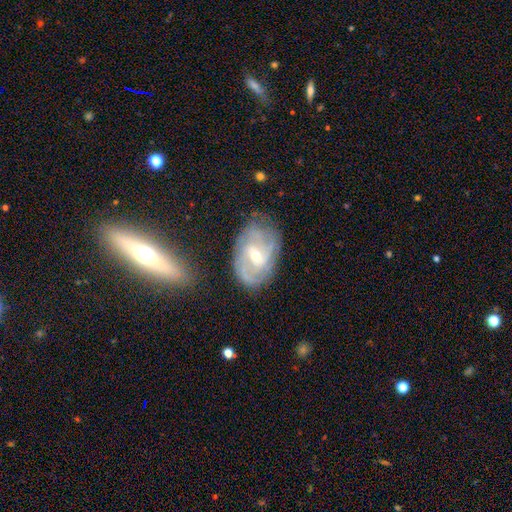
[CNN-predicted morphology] Smooth or featured: featured or disk — 84% (smooth — 10%)
Edge-on disk: no — 96% (yes — 4%)
Bar: weak — 51% (no — 31%)
Spiral arms: yes — 95% (no — 5%)
Spiral winding: tight — 51% (medium — 37%)
Spiral arm count: can't tell — 26% (tied with 3 — 26%)
Bulge size: small — 53% (moderate — 44%)
Merging: none — 73% (minor disturbance — 17%)